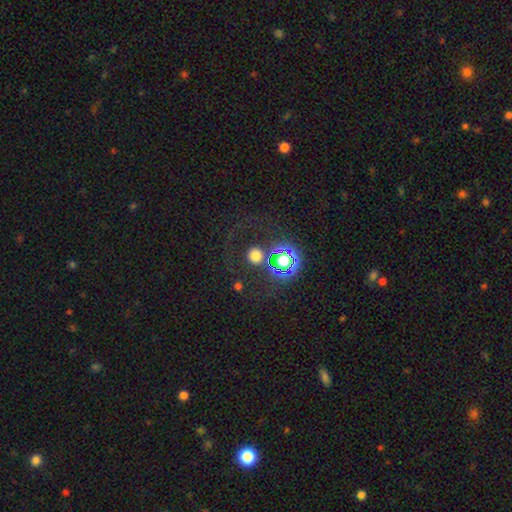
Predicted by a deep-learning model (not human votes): Smooth or featured?
  - smooth: 54% *
  - star or artifact: 37%
  - featured or disk: 8%
How rounded?
  - round: 91% *
  - in between: 8%
  - cigar-shaped: 1%
Merging?
  - none: 76% *
  - minor disturbance: 9%
  - major disturbance: 8%
  - merger: 7%